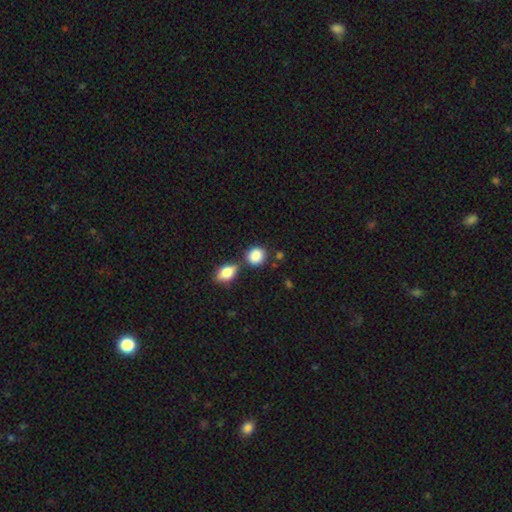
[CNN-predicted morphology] Smooth or featured? Predicted: smooth (p=0.86). How rounded? Predicted: round (p=0.77). Merging? Predicted: none (p=0.65).